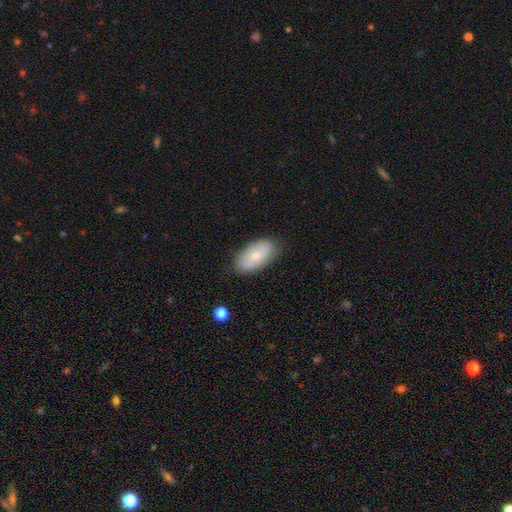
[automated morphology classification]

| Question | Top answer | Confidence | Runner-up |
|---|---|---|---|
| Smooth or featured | smooth | 66% | featured or disk (27%) |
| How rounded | in between | 94% | round (4%) |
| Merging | none | 80% | minor disturbance (16%) |